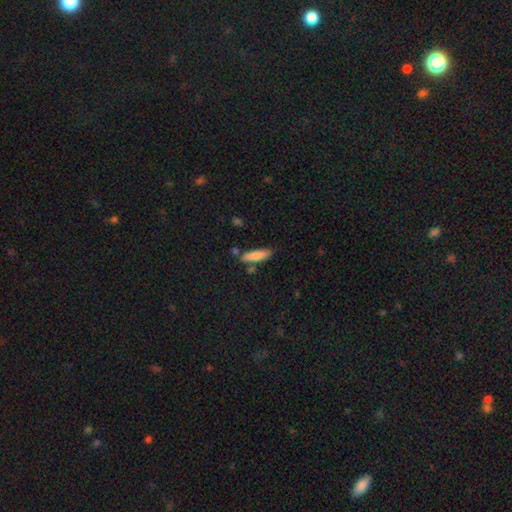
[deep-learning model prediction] Q: Smooth or featured?
A: smooth (82%); runner-up: featured or disk (11%)
Q: How rounded?
A: cigar-shaped (69%); runner-up: in between (30%)
Q: Merging?
A: none (76%); runner-up: minor disturbance (14%)